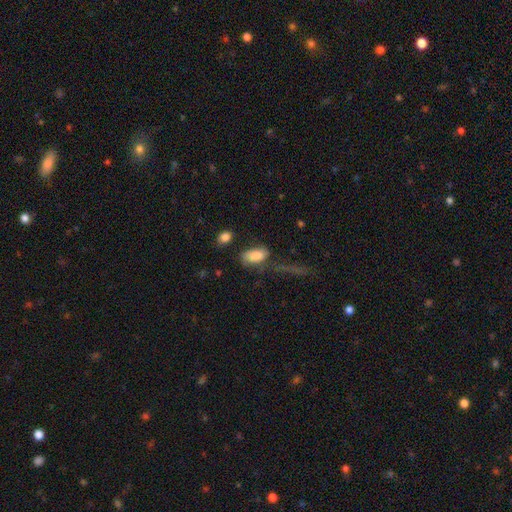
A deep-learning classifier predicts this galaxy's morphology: A smooth galaxy with no disk features (81%) that is in between round and cigar-shaped (92%). Merging: none (46%).